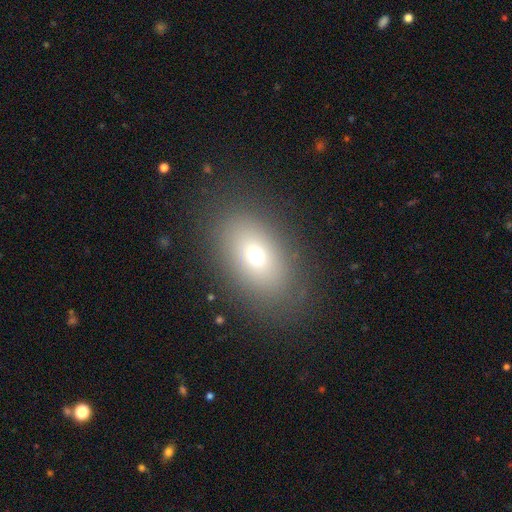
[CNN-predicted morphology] Smooth or featured?
  - smooth: 68% *
  - featured or disk: 18%
  - star or artifact: 14%
How rounded?
  - in between: 82% *
  - round: 16%
  - cigar-shaped: 2%
Merging?
  - none: 85% *
  - minor disturbance: 9%
  - major disturbance: 5%
  - merger: 1%